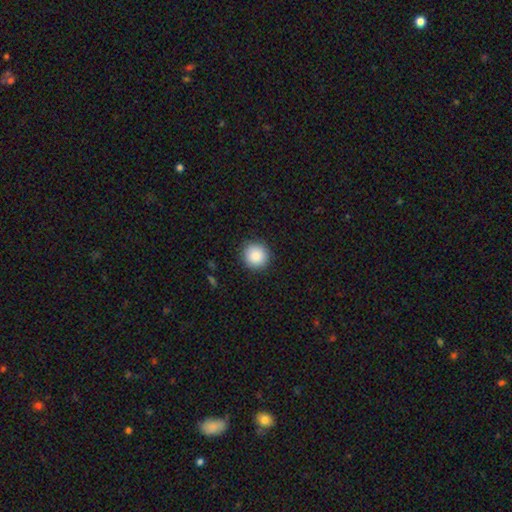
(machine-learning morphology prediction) smooth-or-featured: smooth: 88% | star or artifact: 8% | featured or disk: 4%
  how-rounded: round: 94% | in between: 5% | cigar-shaped: 1%
  merging: none: 91% | minor disturbance: 7% | major disturbance: 2% | merger: 1%